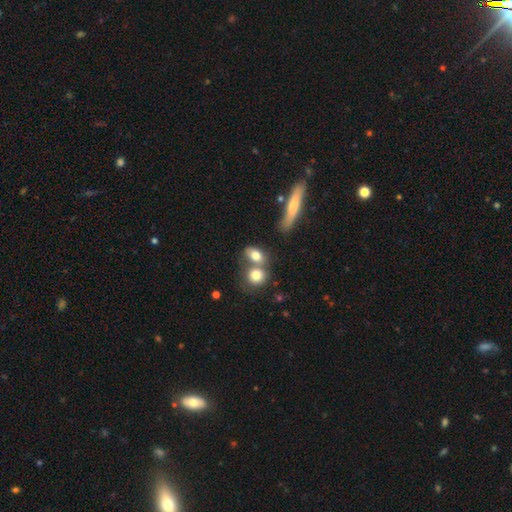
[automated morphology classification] Smooth or featured: smooth — 75% (featured or disk — 16%)
How rounded: in between — 62% (round — 32%)
Merging: merger — 44% (none — 40%)